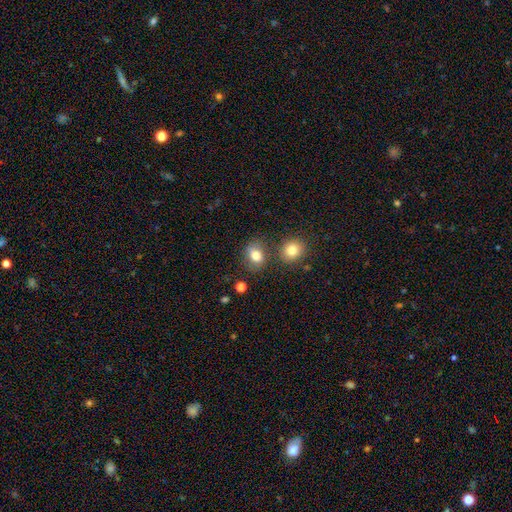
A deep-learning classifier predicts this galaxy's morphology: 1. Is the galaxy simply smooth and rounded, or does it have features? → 79% smooth, 11% star or artifact, 9% featured or disk.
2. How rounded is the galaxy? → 52% in between, 47% round, 1% cigar-shaped.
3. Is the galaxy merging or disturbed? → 73% none, 13% minor disturbance, 10% merger, 4% major disturbance.